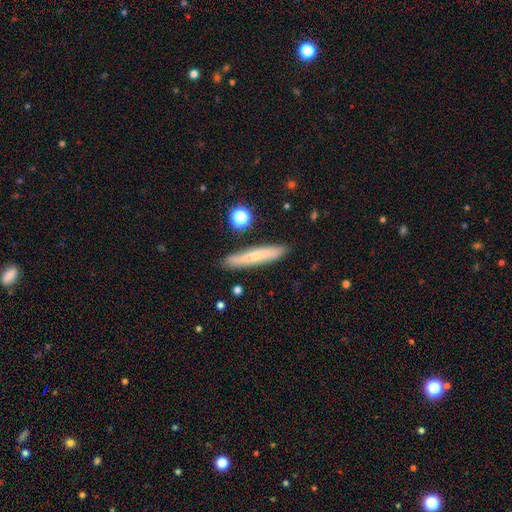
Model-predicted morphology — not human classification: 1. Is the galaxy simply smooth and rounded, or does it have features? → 51% smooth, 41% featured or disk, 8% star or artifact.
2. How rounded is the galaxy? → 92% cigar-shaped, 7% in between, 2% round.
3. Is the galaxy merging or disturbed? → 86% none, 10% minor disturbance, 2% merger, 2% major disturbance.